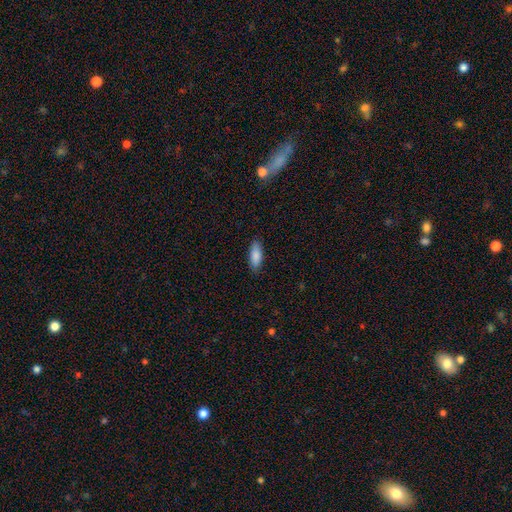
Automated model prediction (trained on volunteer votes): Overall: smooth (87%). How rounded: in between (69%; cigar-shaped 29%). Merging: none (86%).